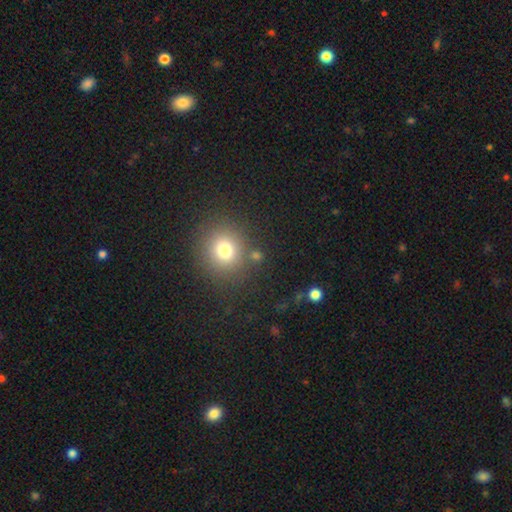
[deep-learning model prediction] This appears to be a smooth galaxy with no disk features (73%) that is round (84%). Merging: none (81%).